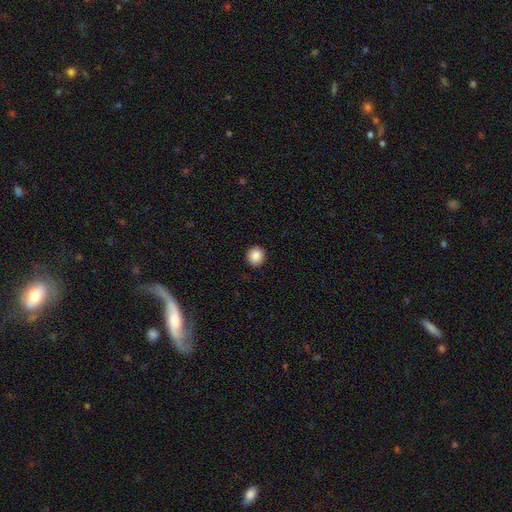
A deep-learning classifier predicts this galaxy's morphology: smooth 89%, star or artifact 9%, featured or disk 3%. Down the decision tree: how rounded — round (91%); merging — none (92%).